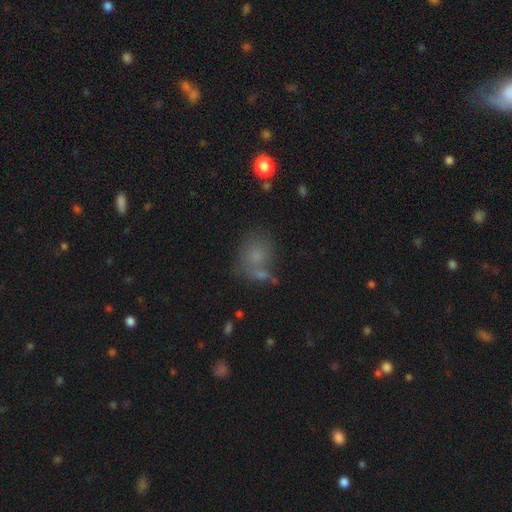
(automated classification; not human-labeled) Smooth or featured: smooth — 69% (star or artifact — 18%)
How rounded: round — 64% (in between — 34%)
Merging: none — 55% (merger — 20%)